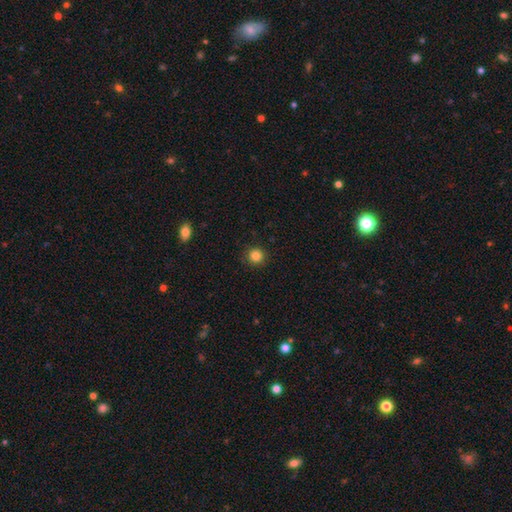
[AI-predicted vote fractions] Smooth or featured? smooth (84%)
How rounded? round (94%)
Merging? none (92%)